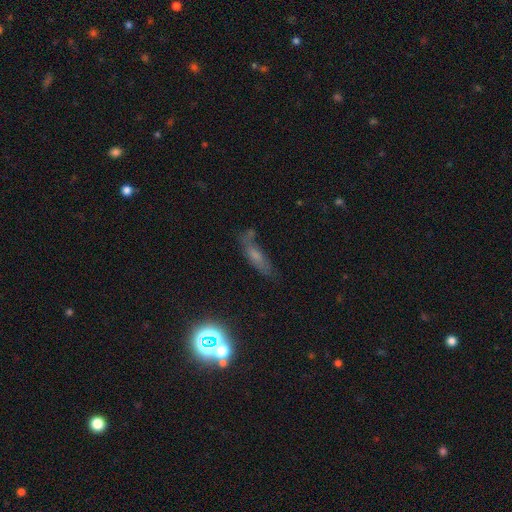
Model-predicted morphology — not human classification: Smooth or featured? smooth (46%)
Merging? none (52%)